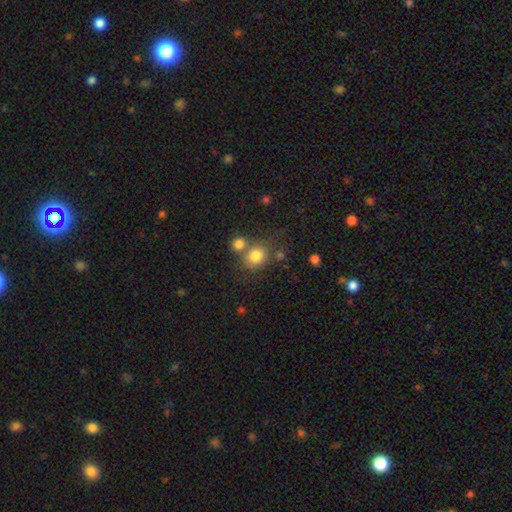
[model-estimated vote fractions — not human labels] Smooth or featured? smooth (80%)
How rounded? round (78%)
Merging? none (56%)